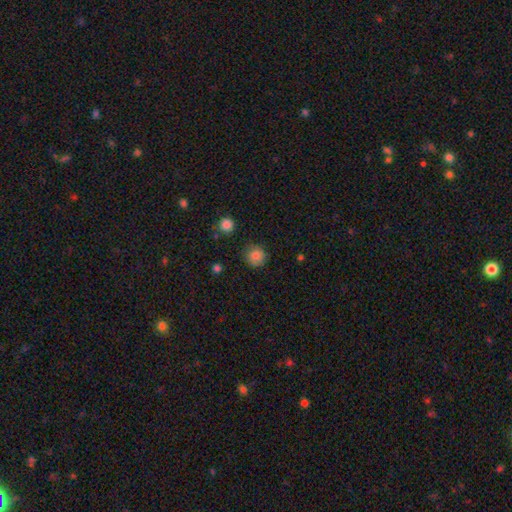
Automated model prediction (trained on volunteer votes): smooth-or-featured: smooth: 84% | star or artifact: 11% | featured or disk: 6%
  how-rounded: round: 93% | in between: 6% | cigar-shaped: 1%
  merging: none: 86% | minor disturbance: 10% | major disturbance: 3% | merger: 2%